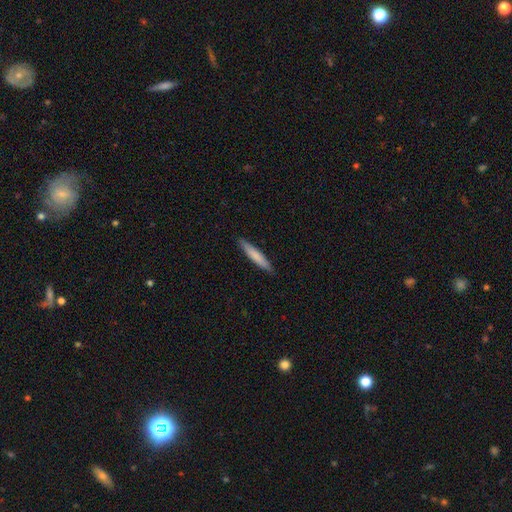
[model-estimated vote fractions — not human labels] Overall: smooth (76%). How rounded: cigar-shaped (93%). Merging: none (90%).